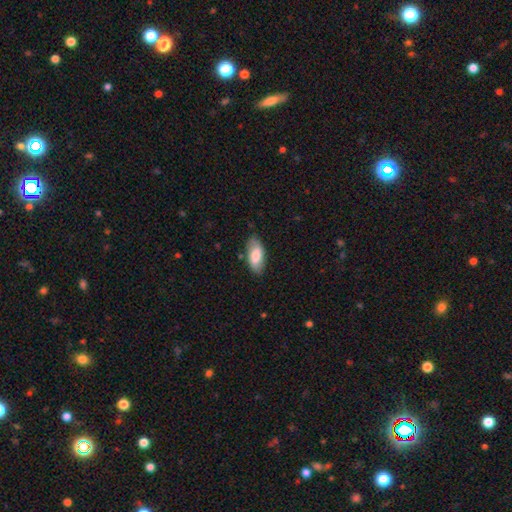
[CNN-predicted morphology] type=smooth (70%); roundness=in between (89%); merging=none (79%).